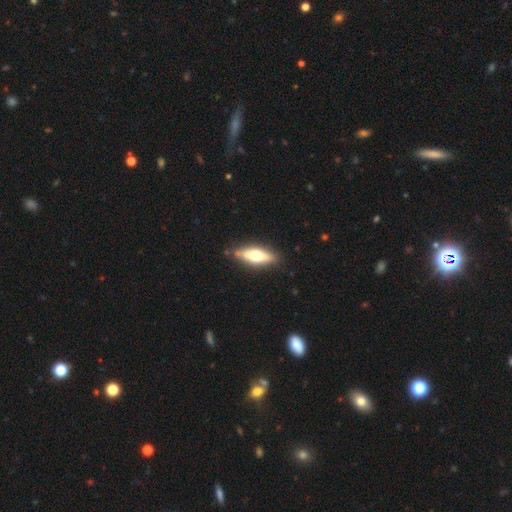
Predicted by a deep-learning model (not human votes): This appears to be a smooth galaxy with no disk features (51%) that is cigar-shaped (53%). Merging: none (85%).